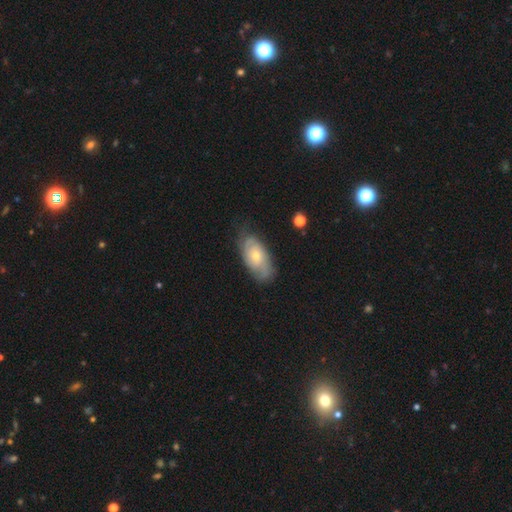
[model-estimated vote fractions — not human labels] This appears to be a featured or disk galaxy (60%) with no bar (79%), spiral arms (79%) and a small central bulge (52%). Merging: none (70%).